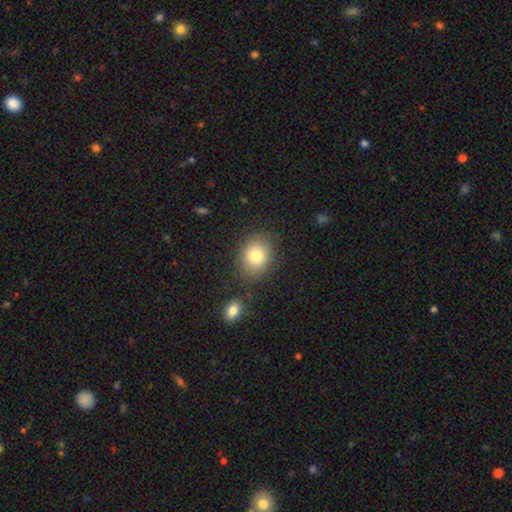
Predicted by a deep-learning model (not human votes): Overall: smooth (80%). How rounded: round (56%; in between 43%). Merging: none (82%).